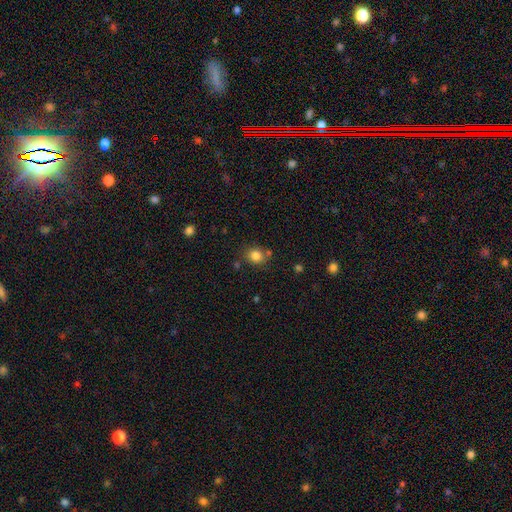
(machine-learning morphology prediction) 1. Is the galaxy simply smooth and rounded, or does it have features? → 83% smooth, 12% star or artifact, 6% featured or disk.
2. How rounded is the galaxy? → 75% round, 24% in between, 1% cigar-shaped.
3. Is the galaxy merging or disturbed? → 74% none, 12% minor disturbance, 9% merger, 4% major disturbance.